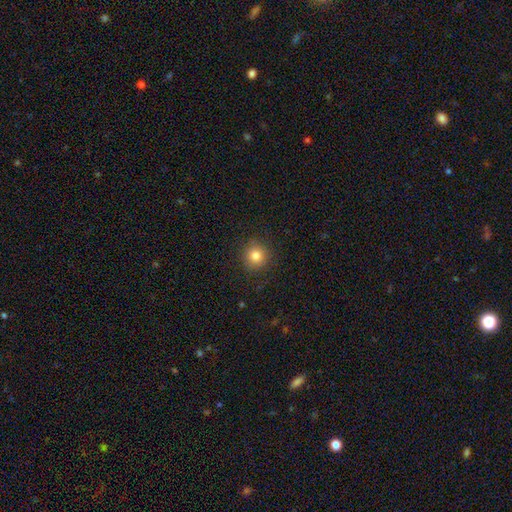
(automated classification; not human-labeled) A smooth galaxy with no disk features (82%) that is round (93%).

Vote fractions:
- Smooth or featured? smooth: 82% / star or artifact: 12% / featured or disk: 6%
- How rounded? round: 93% / in between: 6% / cigar-shaped: 1%
- Merging? none: 90% / minor disturbance: 7% / major disturbance: 2% / merger: 1%